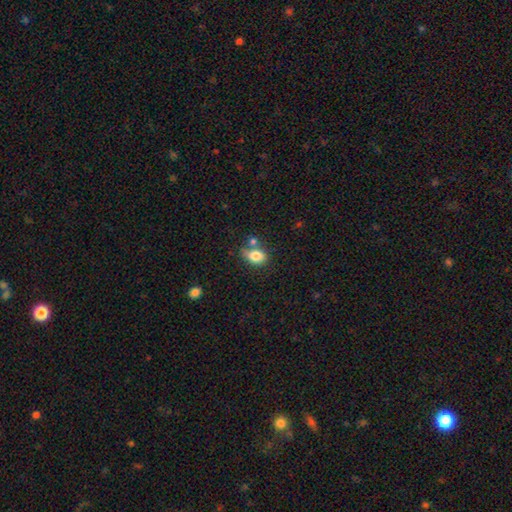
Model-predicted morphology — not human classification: Smooth or featured: smooth — 81% (featured or disk — 10%)
How rounded: in between — 76% (round — 22%)
Merging: none — 48% (merger — 24%)